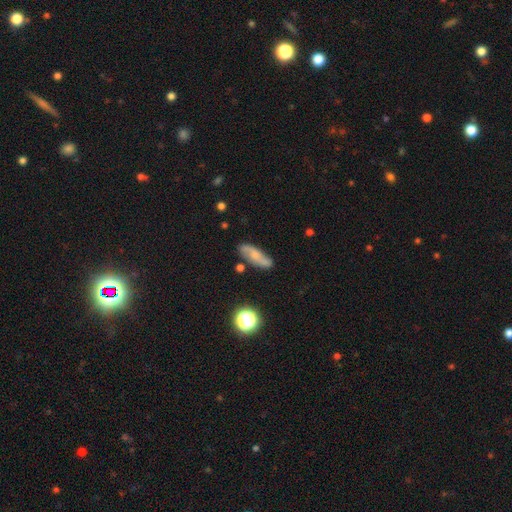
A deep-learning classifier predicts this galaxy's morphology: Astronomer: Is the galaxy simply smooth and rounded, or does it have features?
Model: featured or disk — 53% (runner-up: smooth, 37%).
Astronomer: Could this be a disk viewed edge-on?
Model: no — 83%.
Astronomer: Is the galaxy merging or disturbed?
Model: none — 74%.